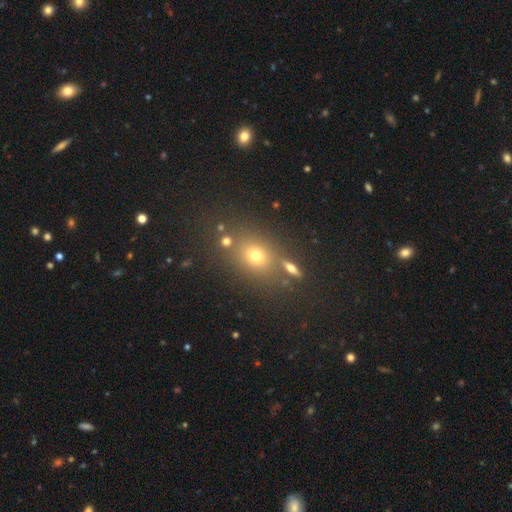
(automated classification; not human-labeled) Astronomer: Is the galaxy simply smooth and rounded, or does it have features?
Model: smooth — 67%.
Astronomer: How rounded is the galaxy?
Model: round — 51% (runner-up: in between, 47%).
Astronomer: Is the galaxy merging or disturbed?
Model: none — 70%.